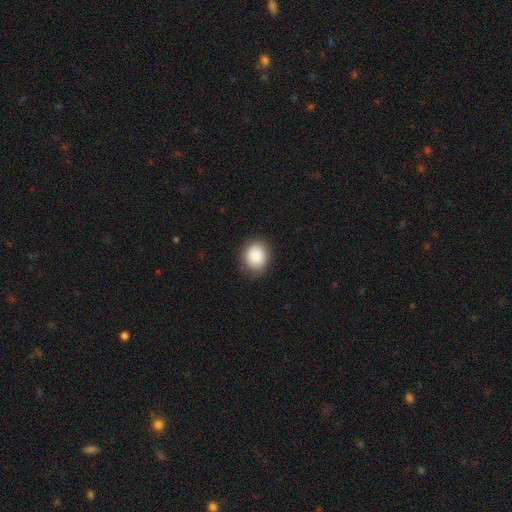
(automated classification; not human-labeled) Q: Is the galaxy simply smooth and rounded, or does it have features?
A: smooth — 89%.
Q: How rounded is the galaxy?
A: round — 65%.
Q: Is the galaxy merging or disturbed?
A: none — 83%.